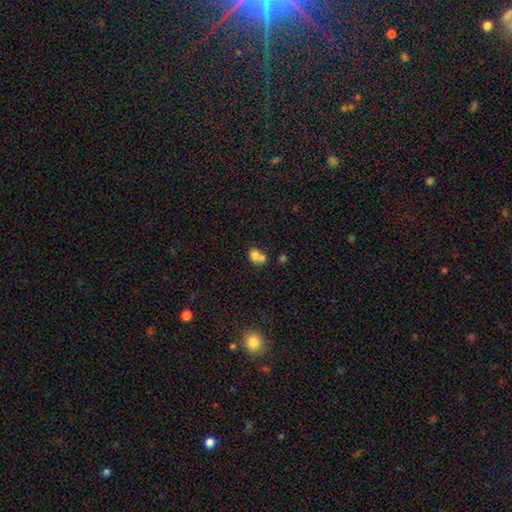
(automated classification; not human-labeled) This is likely a smooth galaxy (73%). How rounded: possibly round (59%). Merging: likely merger (61%).